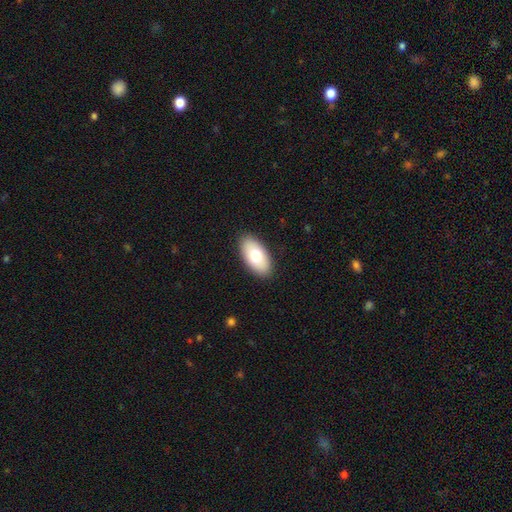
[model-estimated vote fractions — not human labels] smooth_or_featured: smooth (p=0.73) [alt: featured or disk p=0.21]
how_rounded: in between (p=0.94) [alt: cigar-shaped p=0.03]
merging: none (p=0.89) [alt: minor disturbance p=0.08]